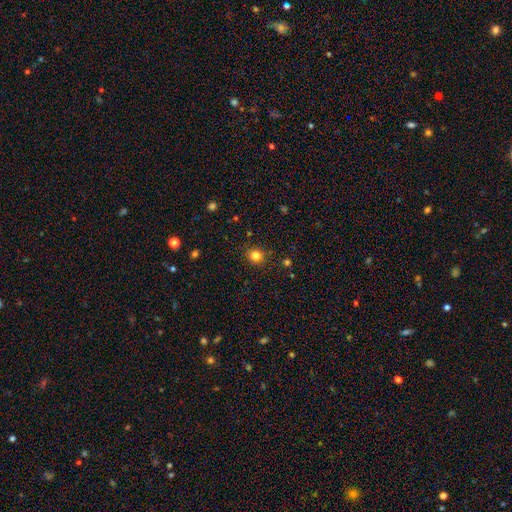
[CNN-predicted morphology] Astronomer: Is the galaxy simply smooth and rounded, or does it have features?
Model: smooth — 82%.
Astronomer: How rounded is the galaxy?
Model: round — 85%.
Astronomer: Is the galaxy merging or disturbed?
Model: none — 88%.